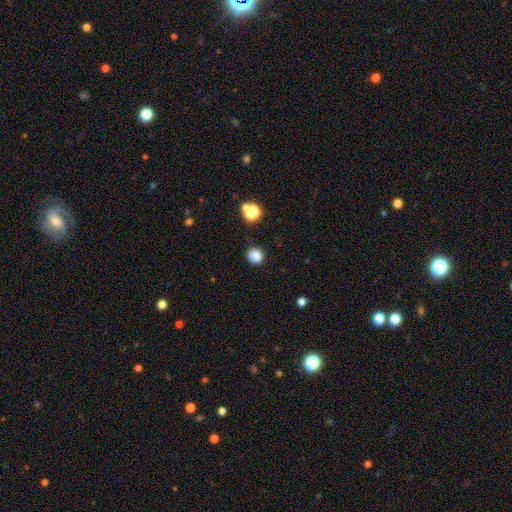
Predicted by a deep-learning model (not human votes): Smooth or featured? Predicted: smooth (p=0.84). How rounded? Predicted: round (p=0.84). Merging? Predicted: none (p=0.85).